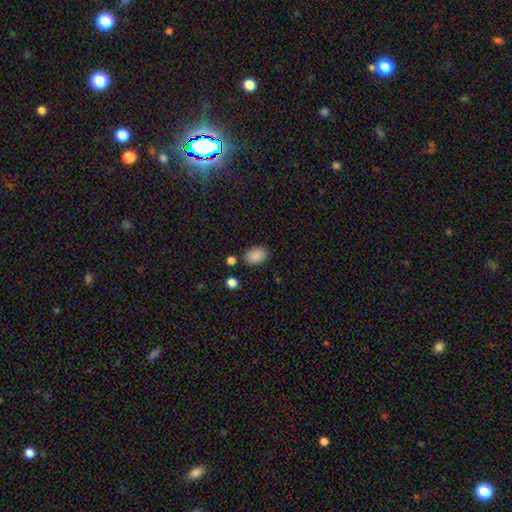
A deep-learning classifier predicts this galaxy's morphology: smooth-or-featured: smooth: 88% | star or artifact: 8% | featured or disk: 4%
  how-rounded: in between: 80% | round: 19% | cigar-shaped: 1%
  merging: none: 81% | minor disturbance: 12% | merger: 4% | major disturbance: 3%